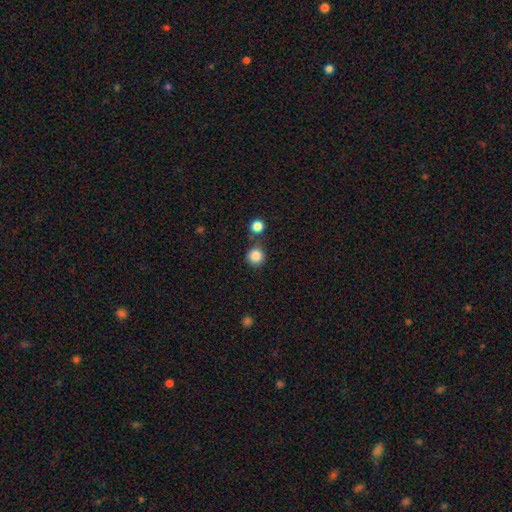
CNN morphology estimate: Smooth or featured? Predicted: smooth (p=0.86). How rounded? Predicted: round (p=0.93). Merging? Predicted: none (p=0.76).